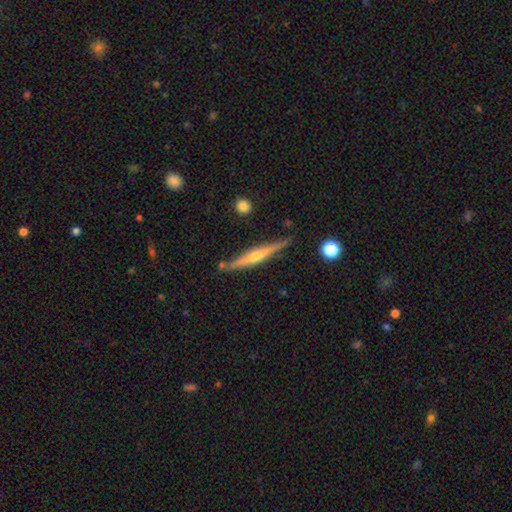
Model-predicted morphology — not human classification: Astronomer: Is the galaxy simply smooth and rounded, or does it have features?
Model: featured or disk — 67%.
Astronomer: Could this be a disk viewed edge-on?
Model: yes — 97%.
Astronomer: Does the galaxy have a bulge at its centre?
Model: rounded — 76%.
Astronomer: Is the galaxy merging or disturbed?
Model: none — 83%.